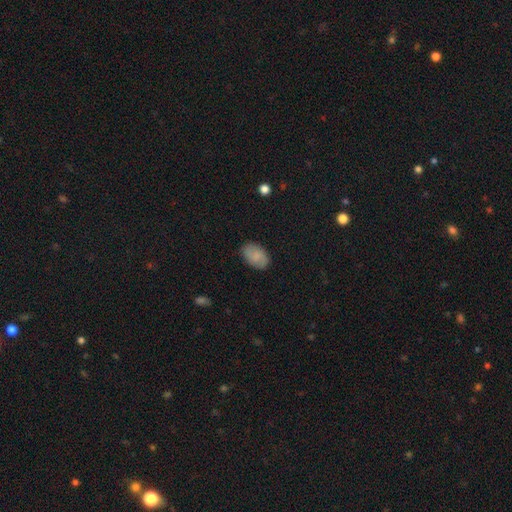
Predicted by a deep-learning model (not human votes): Smooth or featured: smooth — 81% (featured or disk — 12%)
How rounded: in between — 90% (round — 9%)
Merging: none — 84% (minor disturbance — 12%)